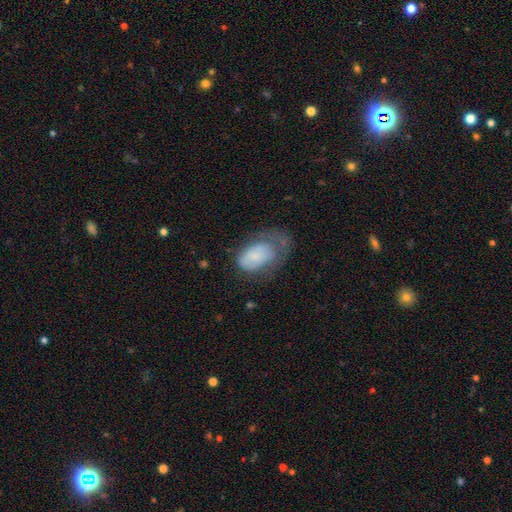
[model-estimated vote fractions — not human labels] Smooth or featured?
  - smooth: 65% *
  - featured or disk: 28%
  - star or artifact: 7%
How rounded?
  - in between: 91% *
  - round: 7%
  - cigar-shaped: 1%
Merging?
  - major disturbance: 42% *
  - minor disturbance: 29%
  - none: 25%
  - merger: 3%